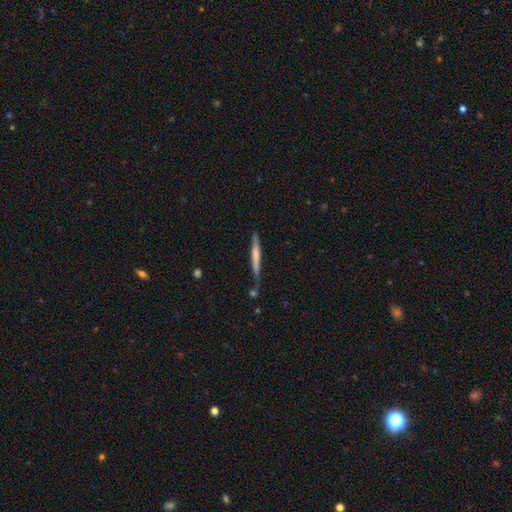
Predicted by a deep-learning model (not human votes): smooth-or-featured: smooth: 49% | featured or disk: 45% | star or artifact: 6%
  merging: none: 67% | minor disturbance: 21% | merger: 7% | major disturbance: 5%